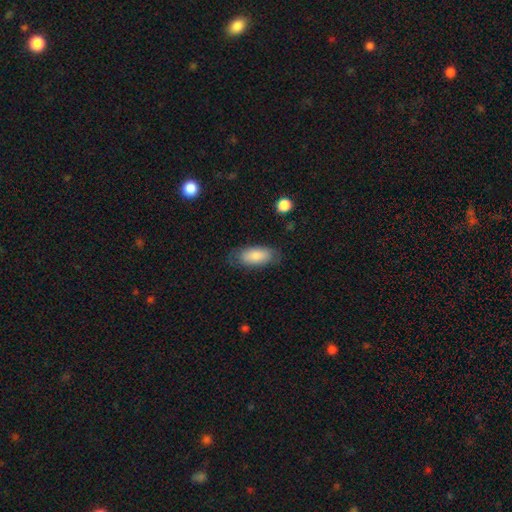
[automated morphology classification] Smooth or featured? smooth (84%)
How rounded? in between (88%)
Merging? none (76%)